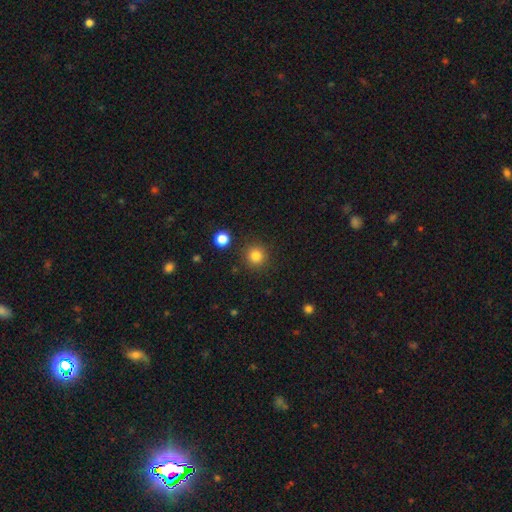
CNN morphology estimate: This is clearly a smooth galaxy (83%). How rounded: clearly round (94%). Merging: clearly none (89%).